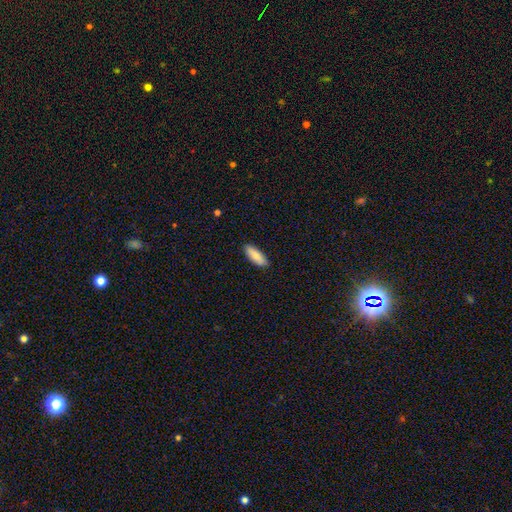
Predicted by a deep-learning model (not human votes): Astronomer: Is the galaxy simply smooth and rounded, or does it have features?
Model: smooth — 83%.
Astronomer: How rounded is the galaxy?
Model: in between — 65%.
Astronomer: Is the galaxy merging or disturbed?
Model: none — 90%.